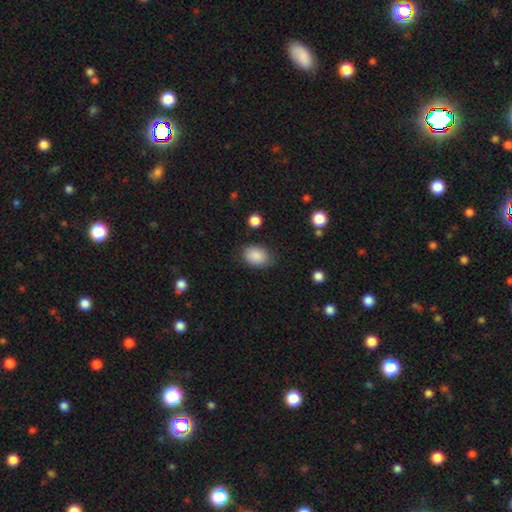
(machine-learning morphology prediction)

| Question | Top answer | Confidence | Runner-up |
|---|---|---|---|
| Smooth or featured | smooth | 88% | star or artifact (8%) |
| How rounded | in between | 75% | round (24%) |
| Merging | none | 76% | minor disturbance (18%) |